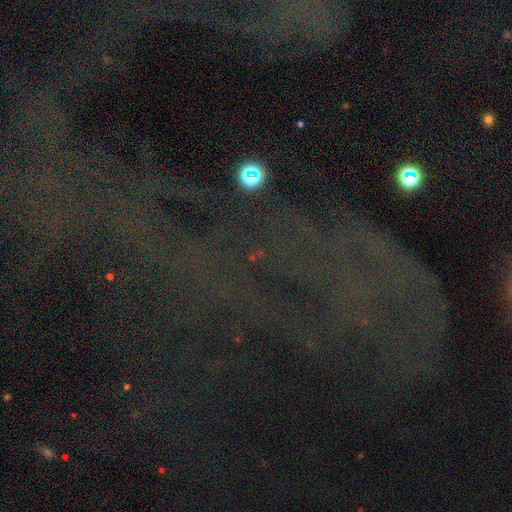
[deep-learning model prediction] Q: Smooth or featured?
A: star or artifact (75%); runner-up: featured or disk (14%)